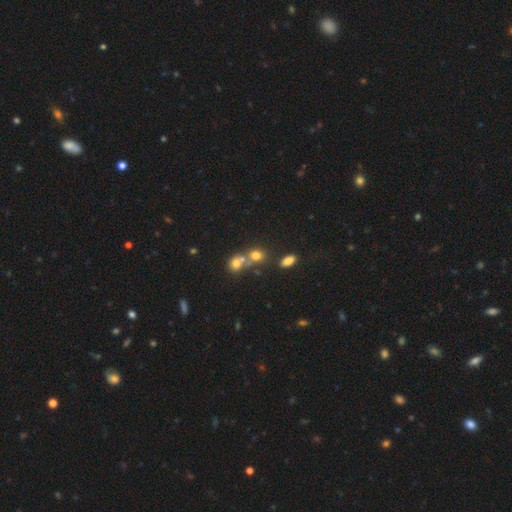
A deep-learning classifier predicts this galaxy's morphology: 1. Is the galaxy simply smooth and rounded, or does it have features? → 65% smooth, 21% star or artifact, 14% featured or disk.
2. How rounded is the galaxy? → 69% round, 29% in between, 2% cigar-shaped.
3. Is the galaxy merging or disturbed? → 46% merger, 42% none, 8% minor disturbance, 4% major disturbance.